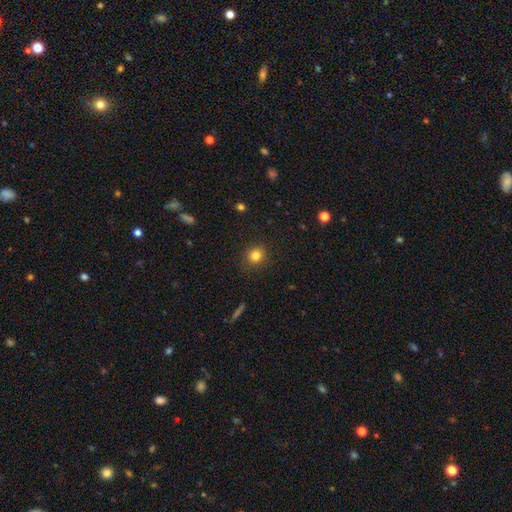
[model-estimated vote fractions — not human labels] smooth_or_featured: smooth (p=0.82) [alt: star or artifact p=0.12]
how_rounded: round (p=0.88) [alt: in between p=0.11]
merging: none (p=0.88) [alt: minor disturbance p=0.08]